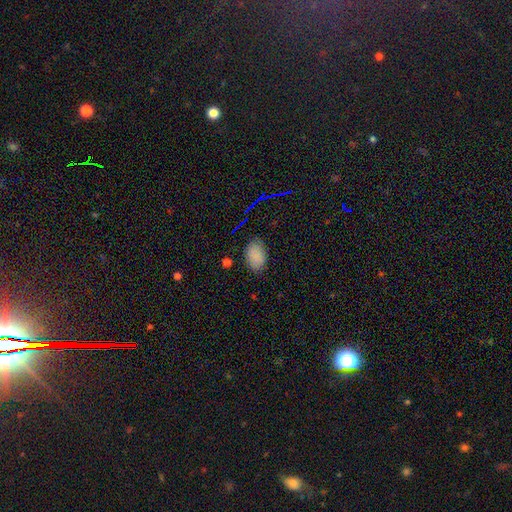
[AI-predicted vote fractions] This is clearly a smooth galaxy (85%). How rounded: clearly in between (89%). Merging: clearly none (84%).